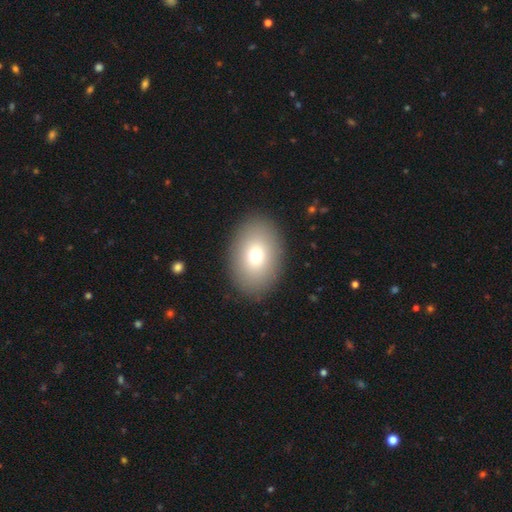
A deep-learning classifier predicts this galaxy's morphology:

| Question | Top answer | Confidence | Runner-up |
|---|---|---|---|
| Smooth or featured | smooth | 74% | featured or disk (16%) |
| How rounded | in between | 78% | round (21%) |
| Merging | none | 88% | minor disturbance (7%) |